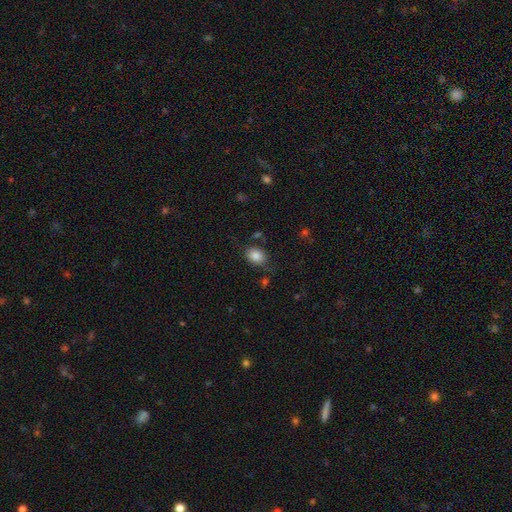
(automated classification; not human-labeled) A smooth galaxy with no disk features (85%) that is in between round and cigar-shaped (71%).

Vote fractions:
- Smooth or featured? smooth: 85% / star or artifact: 9% / featured or disk: 6%
- How rounded? in between: 71% / round: 28% / cigar-shaped: 1%
- Merging? none: 76% / minor disturbance: 16% / major disturbance: 5% / merger: 4%